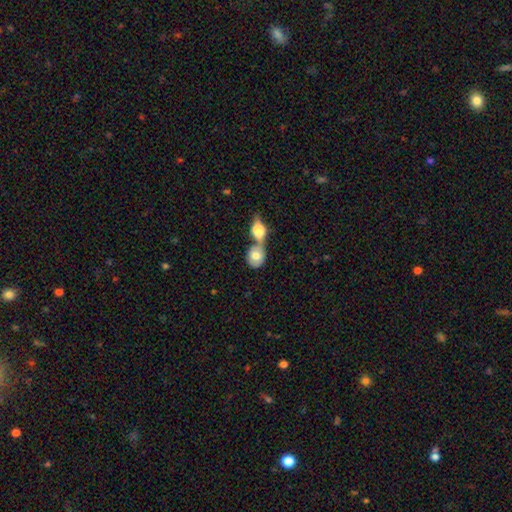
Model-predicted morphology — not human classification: Smooth or featured? smooth (70%)
How rounded? round (61%)
Merging? merger (69%)